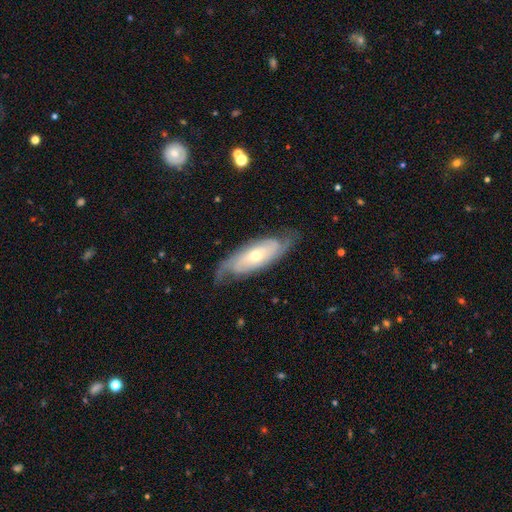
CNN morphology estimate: featured or disk 79%, smooth 15%, star or artifact 5%. Down the decision tree: edge-on disk — no (87%); bar — no (70%); spiral arms — yes (92%); spiral arm count — 2 (56%); spiral winding — tight (56%); bulge size — moderate (53%); merging — none (72%).